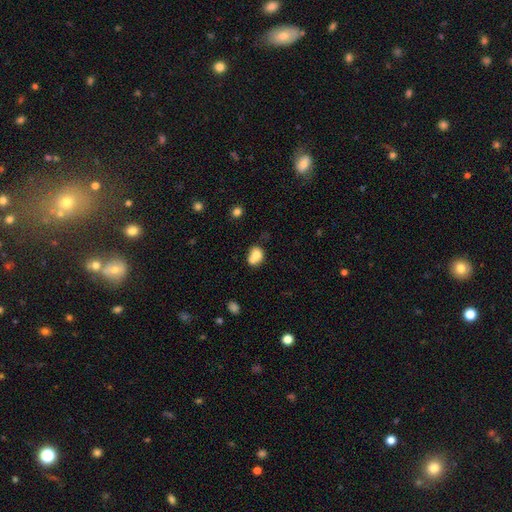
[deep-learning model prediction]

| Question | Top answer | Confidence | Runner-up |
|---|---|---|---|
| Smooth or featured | smooth | 73% | featured or disk (17%) |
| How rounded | round | 57% | in between (42%) |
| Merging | merger | 57% | none (29%) |